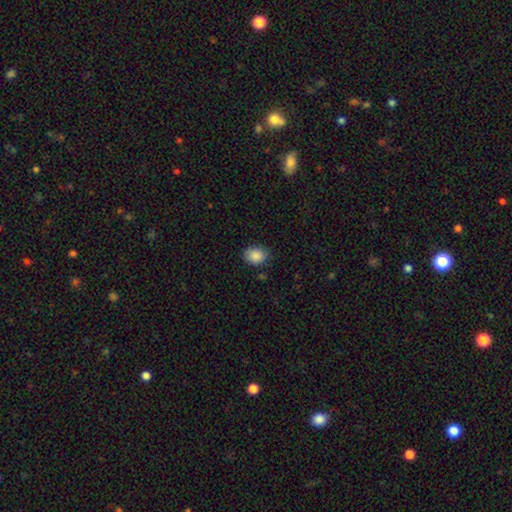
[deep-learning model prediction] This appears to be a smooth galaxy with no disk features (88%) that is in between round and cigar-shaped (54%). Merging: none (80%).